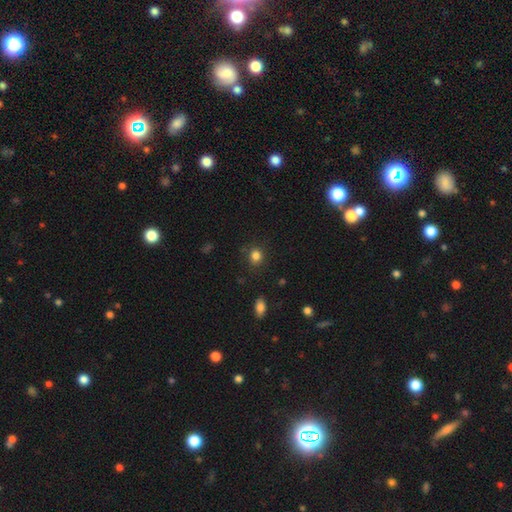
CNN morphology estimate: Smooth or featured?
  - smooth: 83% *
  - star or artifact: 12%
  - featured or disk: 5%
How rounded?
  - round: 79% *
  - in between: 20%
  - cigar-shaped: 1%
Merging?
  - none: 84% *
  - minor disturbance: 11%
  - major disturbance: 3%
  - merger: 2%